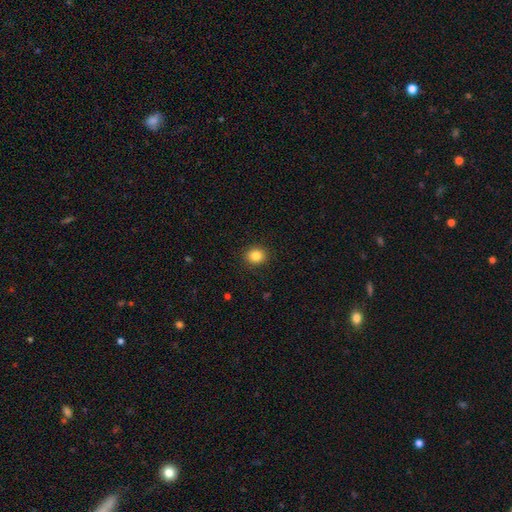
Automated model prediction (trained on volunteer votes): A smooth galaxy with no disk features (84%) that is round (74%). Merging: none (91%).